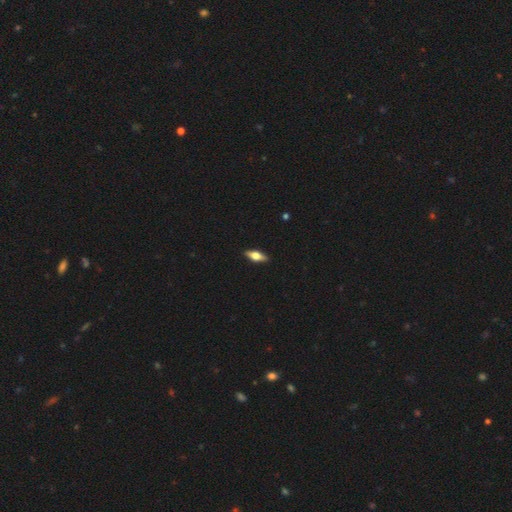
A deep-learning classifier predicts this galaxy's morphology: Q: Smooth or featured?
A: smooth (51%); runner-up: featured or disk (42%)
Q: How rounded?
A: in between (67%); runner-up: cigar-shaped (30%)
Q: Merging?
A: none (90%); runner-up: minor disturbance (8%)